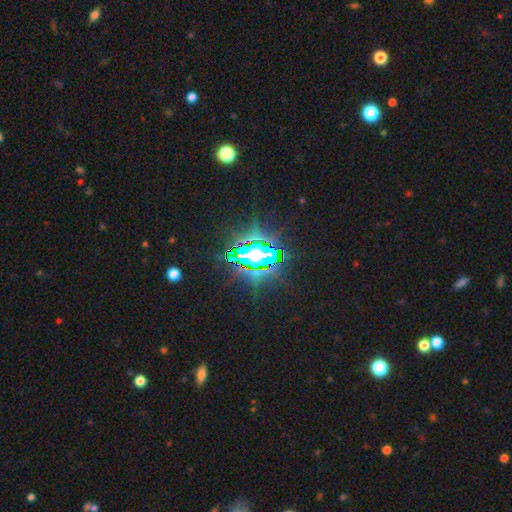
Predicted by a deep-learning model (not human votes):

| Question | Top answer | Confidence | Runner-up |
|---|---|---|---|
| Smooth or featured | star or artifact | 77% | smooth (12%) |